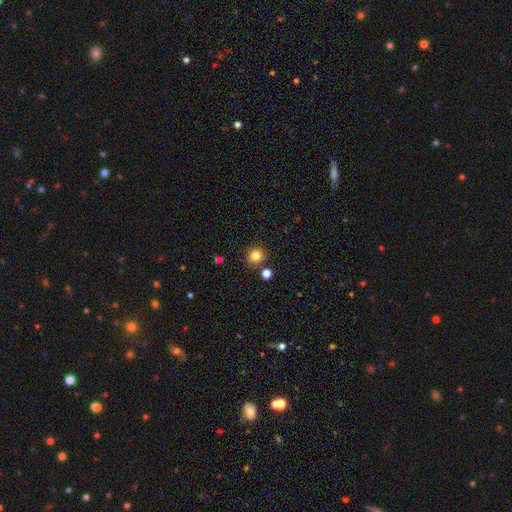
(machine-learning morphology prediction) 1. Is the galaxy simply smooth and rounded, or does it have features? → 83% smooth, 12% star or artifact, 5% featured or disk.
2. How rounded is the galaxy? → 90% round, 9% in between, 1% cigar-shaped.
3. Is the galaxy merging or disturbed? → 83% none, 8% minor disturbance, 7% merger, 3% major disturbance.